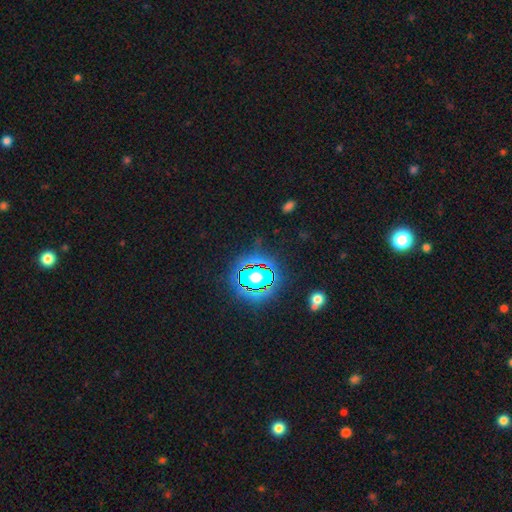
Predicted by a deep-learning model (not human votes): Smooth or featured? star or artifact (85%)